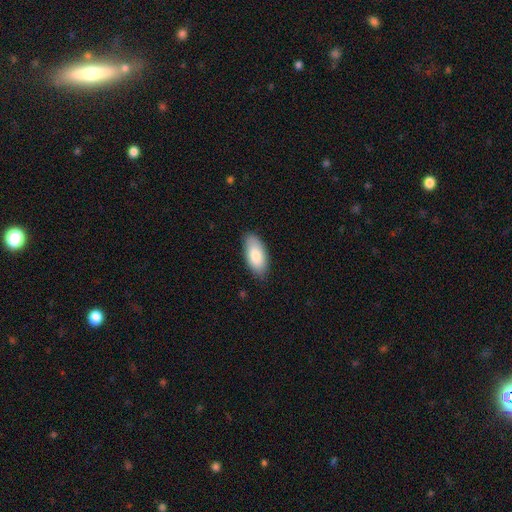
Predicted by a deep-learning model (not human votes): This is clearly a smooth galaxy (83%). How rounded: clearly in between (91%). Merging: clearly none (85%).